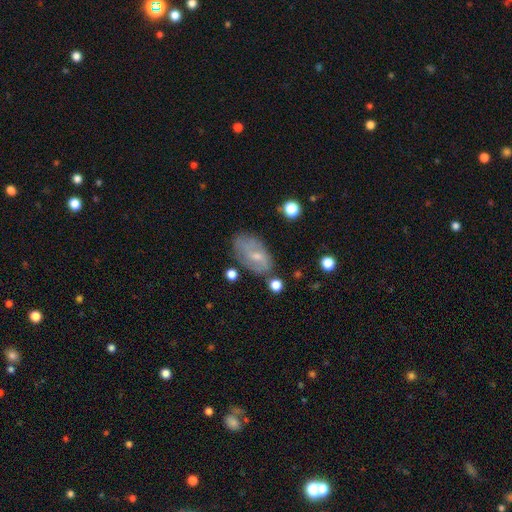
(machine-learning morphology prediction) A featured or disk galaxy (53%). Merging: none (65%).